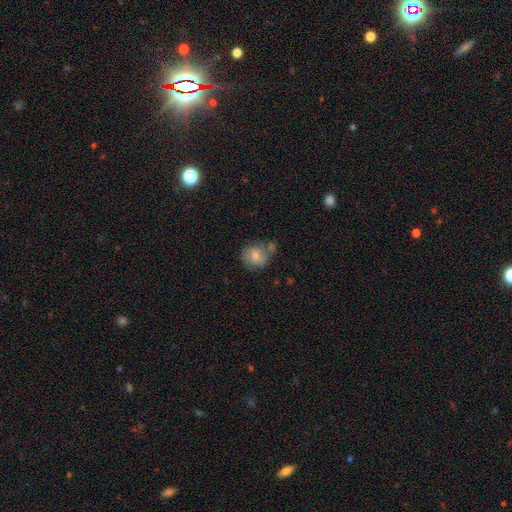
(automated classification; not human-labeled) Smooth or featured?
  - smooth: 66% *
  - featured or disk: 26%
  - star or artifact: 8%
How rounded?
  - round: 76% *
  - in between: 23%
  - cigar-shaped: 1%
Merging?
  - none: 52% *
  - minor disturbance: 23%
  - merger: 16%
  - major disturbance: 9%